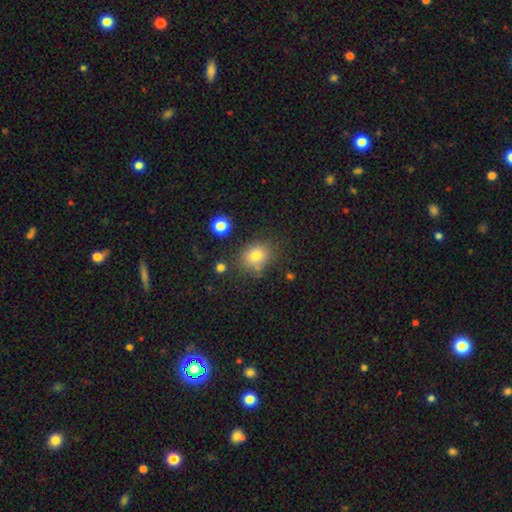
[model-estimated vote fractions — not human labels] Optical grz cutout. It shows a smooth galaxy with no disk features (79%) that is round (59%). Merging: none (70%).